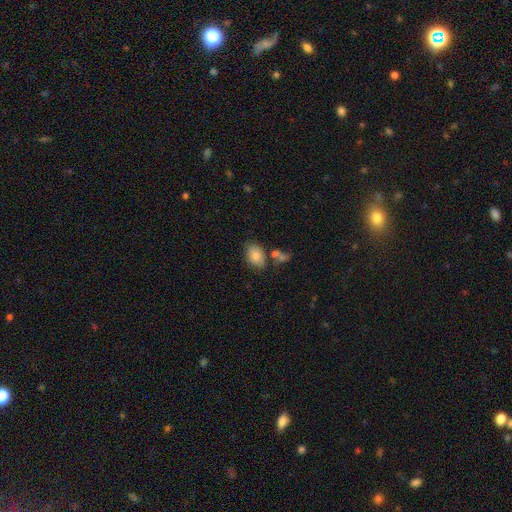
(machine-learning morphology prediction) Smooth or featured: smooth — 82% (featured or disk — 10%)
How rounded: in between — 86% (round — 13%)
Merging: none — 67% (minor disturbance — 16%)